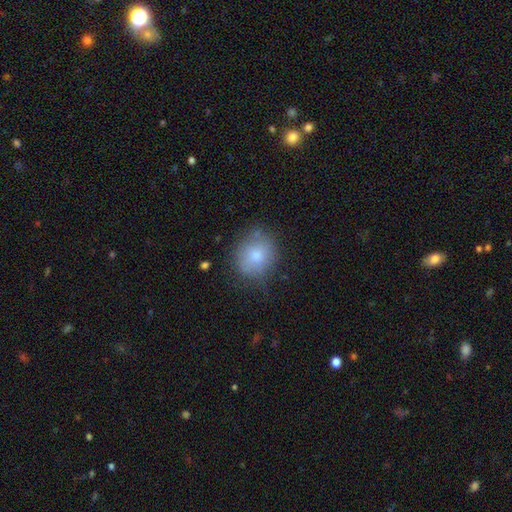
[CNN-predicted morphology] Smooth or featured? Predicted: smooth (p=0.77). How rounded? Predicted: round (p=0.72). Merging? Predicted: none (p=0.67).